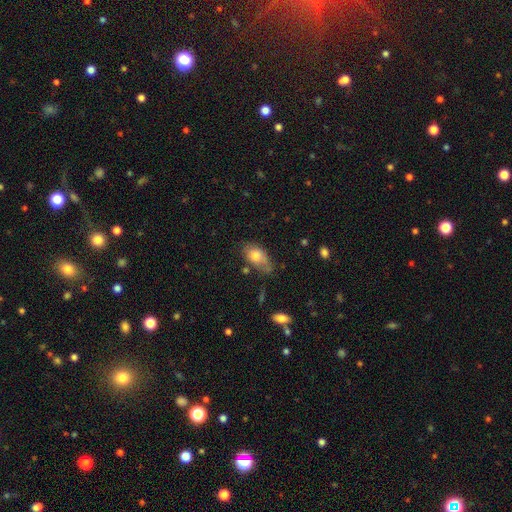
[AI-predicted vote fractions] A smooth galaxy with no disk features (73%) that is in between round and cigar-shaped (89%). Merging: none (49%).